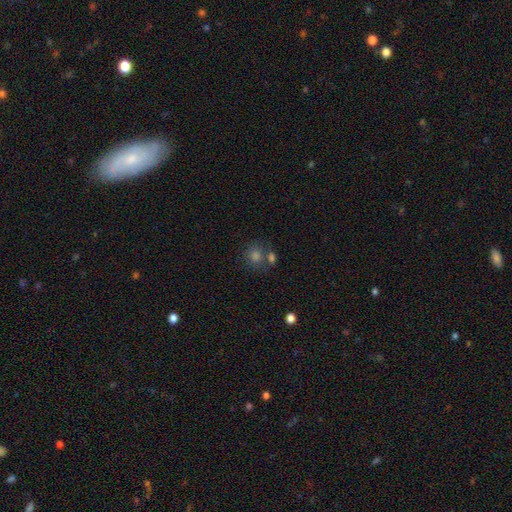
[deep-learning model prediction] Smooth or featured? Predicted: smooth (p=0.68). How rounded? Predicted: round (p=0.81). Merging? Predicted: none (p=0.61).